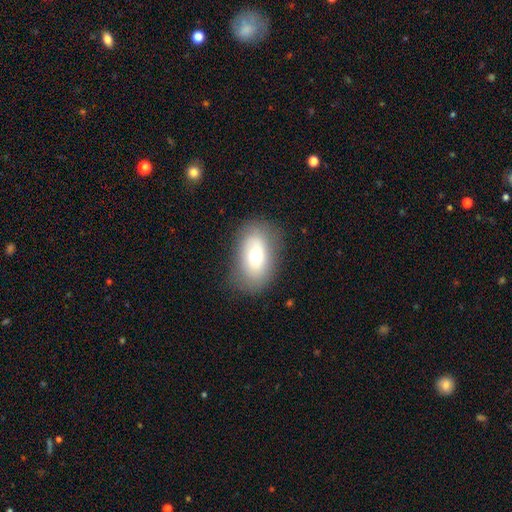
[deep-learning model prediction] Smooth or featured? smooth (66%)
How rounded? in between (87%)
Merging? none (78%)